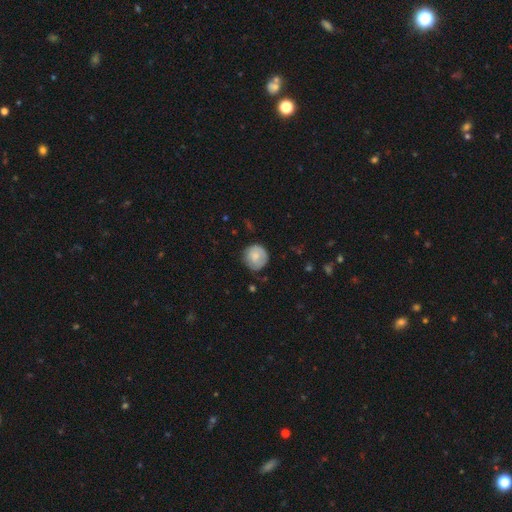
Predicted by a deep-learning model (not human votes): Smooth or featured? Predicted: smooth (p=0.73). How rounded? Predicted: round (p=0.92). Merging? Predicted: none (p=0.74).